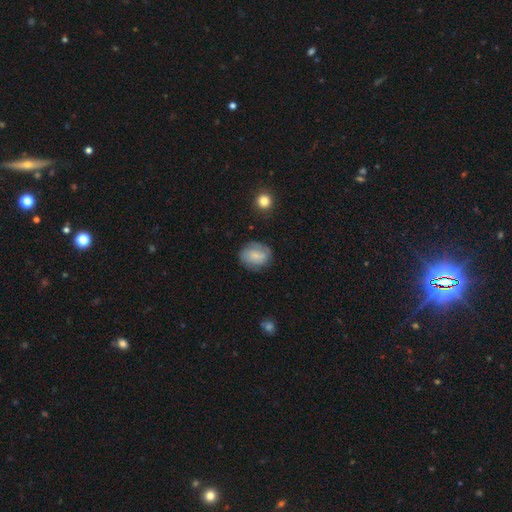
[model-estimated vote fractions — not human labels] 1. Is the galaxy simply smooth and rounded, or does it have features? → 63% smooth, 29% featured or disk, 8% star or artifact.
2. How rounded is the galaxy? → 54% round, 45% in between, 1% cigar-shaped.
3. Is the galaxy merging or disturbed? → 71% none, 21% minor disturbance, 6% major disturbance, 3% merger.